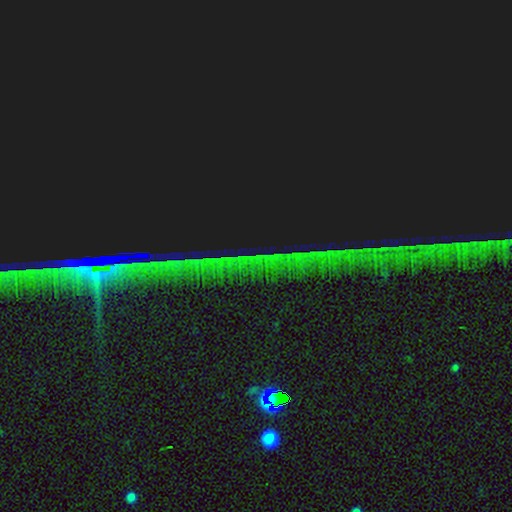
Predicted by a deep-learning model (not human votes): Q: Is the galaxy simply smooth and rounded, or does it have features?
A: star or artifact — 85%.